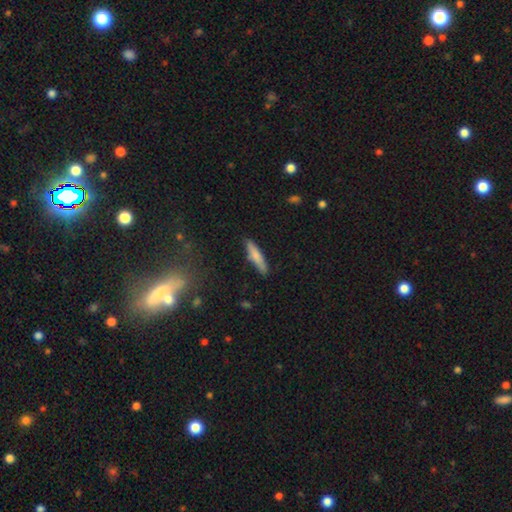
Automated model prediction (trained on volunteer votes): Q: Smooth or featured?
A: smooth (75%); runner-up: featured or disk (19%)
Q: How rounded?
A: cigar-shaped (84%); runner-up: in between (15%)
Q: Merging?
A: none (85%); runner-up: minor disturbance (11%)